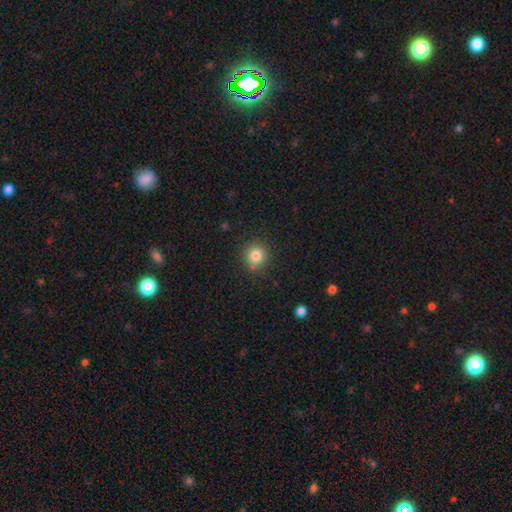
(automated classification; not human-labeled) This is clearly a smooth galaxy (82%). How rounded: clearly round (89%). Merging: clearly none (83%).